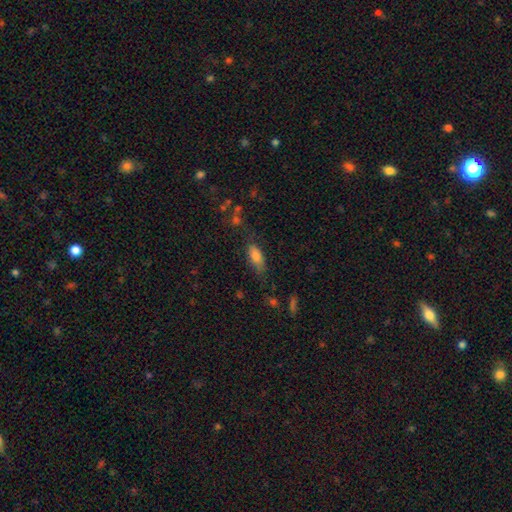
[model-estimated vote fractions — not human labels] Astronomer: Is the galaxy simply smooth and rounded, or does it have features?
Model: smooth — 80%.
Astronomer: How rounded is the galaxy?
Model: in between — 79%.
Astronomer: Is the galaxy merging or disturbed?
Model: none — 61%.